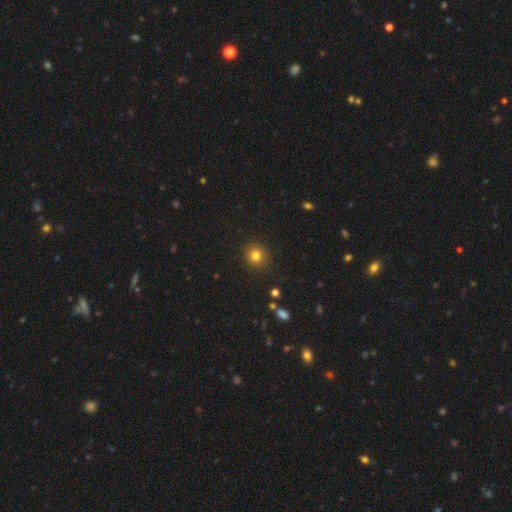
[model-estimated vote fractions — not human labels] Smooth or featured? smooth (81%)
How rounded? round (92%)
Merging? none (90%)